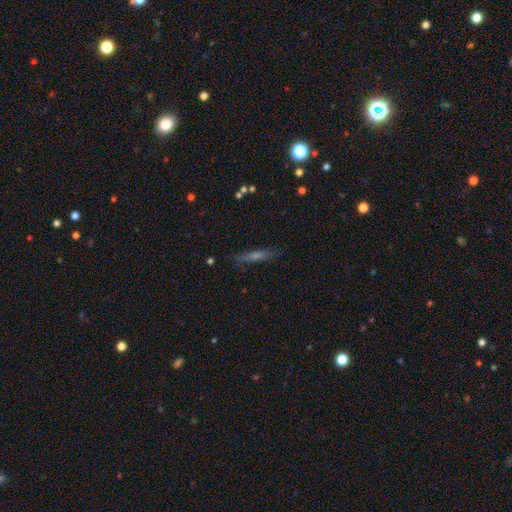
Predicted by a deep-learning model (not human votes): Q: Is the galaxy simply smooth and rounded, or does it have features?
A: featured or disk — 49%.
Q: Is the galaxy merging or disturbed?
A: none — 86%.